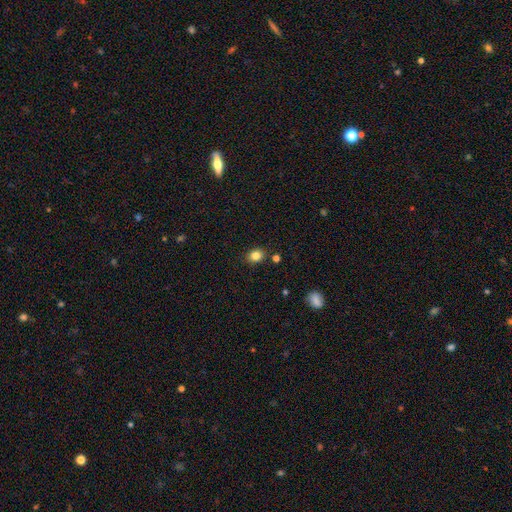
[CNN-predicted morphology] The model was most divided on "how rounded": round: 57%, in between: 43%, cigar-shaped: 1%. More confident: merging — none (85%); smooth or featured — smooth (83%).